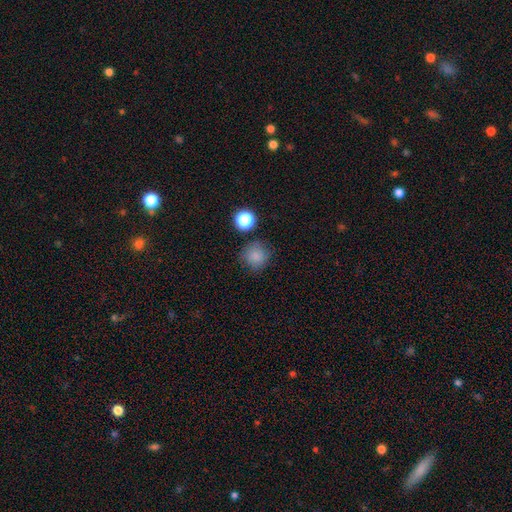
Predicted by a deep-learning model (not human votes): A smooth galaxy with no disk features (82%) that is round (92%). Merging: none (79%).